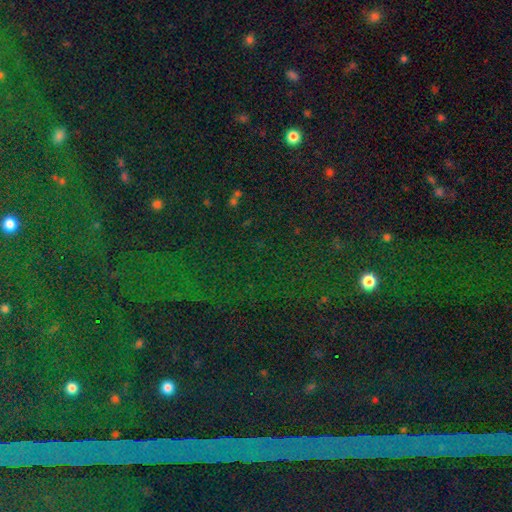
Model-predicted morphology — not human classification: Smooth or featured? star or artifact (84%)